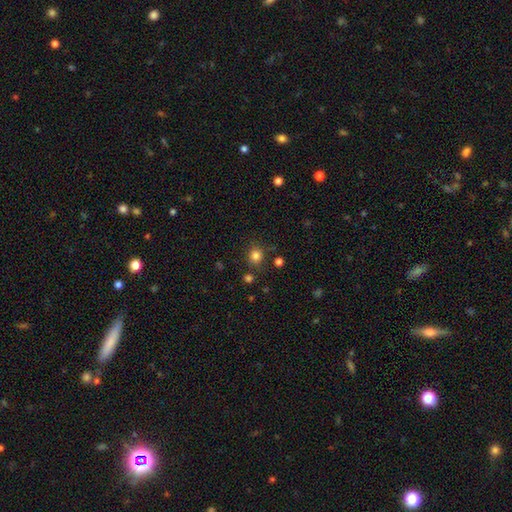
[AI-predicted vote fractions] smooth-or-featured: smooth: 81% | star or artifact: 14% | featured or disk: 5%
  how-rounded: round: 83% | in between: 16% | cigar-shaped: 1%
  merging: none: 79% | minor disturbance: 12% | merger: 5% | major disturbance: 4%